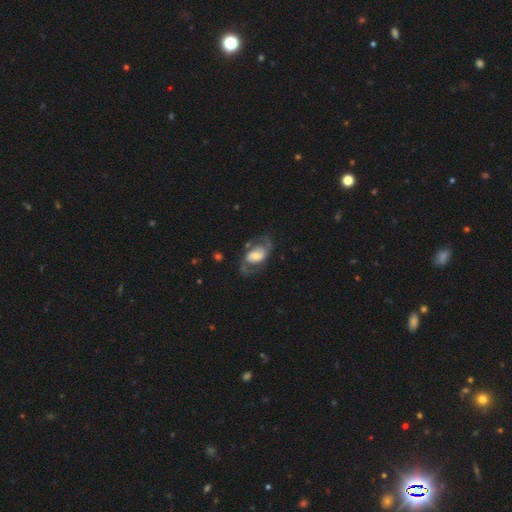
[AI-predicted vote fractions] Q: Smooth or featured?
A: featured or disk (75%); runner-up: smooth (18%)
Q: Edge-on disk?
A: no (96%); runner-up: yes (4%)
Q: Bar?
A: no (50%); runner-up: weak (36%)
Q: Spiral arms?
A: yes (89%); runner-up: no (11%)
Q: Spiral winding?
A: medium (50%); runner-up: loose (33%)
Q: Spiral arm count?
A: 2 (88%); runner-up: can't tell (5%)
Q: Bulge size?
A: moderate (35%); runner-up: large (29%)
Q: Merging?
A: none (64%); runner-up: minor disturbance (17%)